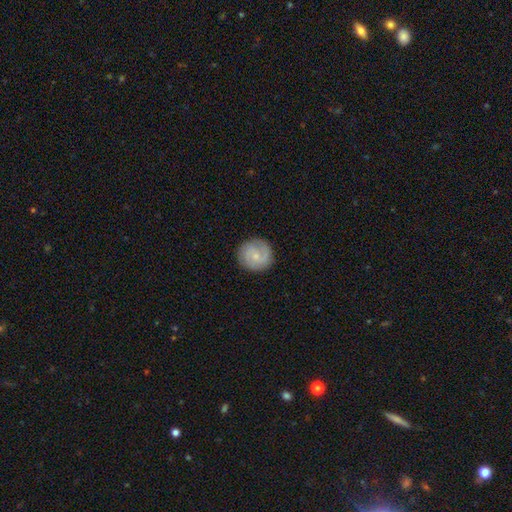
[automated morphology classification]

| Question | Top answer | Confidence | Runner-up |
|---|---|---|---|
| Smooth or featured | featured or disk | 58% | smooth (35%) |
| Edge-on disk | no | 98% | yes (2%) |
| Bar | no | 61% | weak (34%) |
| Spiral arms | yes | 91% | no (9%) |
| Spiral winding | tight | 48% | medium (40%) |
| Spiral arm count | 2 | 63% | can't tell (15%) |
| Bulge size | small | 67% | moderate (24%) |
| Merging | none | 85% | minor disturbance (11%) |